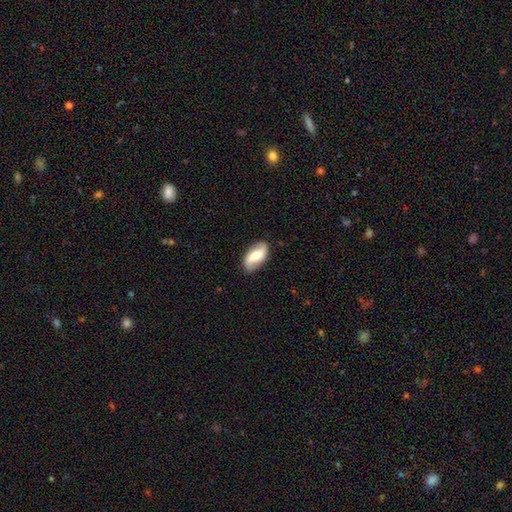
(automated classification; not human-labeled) This is possibly a smooth galaxy (47%). Merging: clearly none (83%).